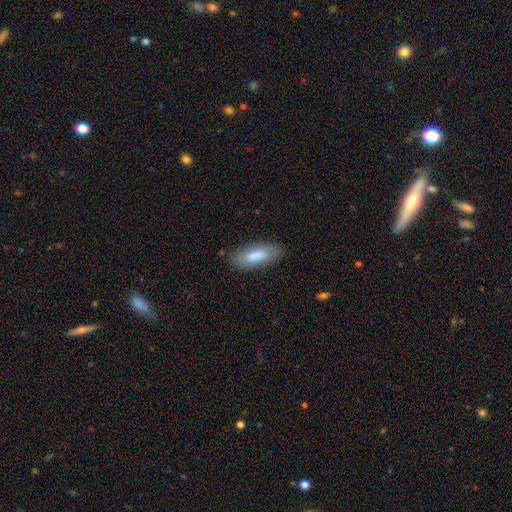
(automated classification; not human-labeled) Smooth or featured?
  - smooth: 81% *
  - featured or disk: 13%
  - star or artifact: 6%
How rounded?
  - in between: 67% *
  - cigar-shaped: 32%
  - round: 2%
Merging?
  - none: 83% *
  - minor disturbance: 12%
  - major disturbance: 3%
  - merger: 1%